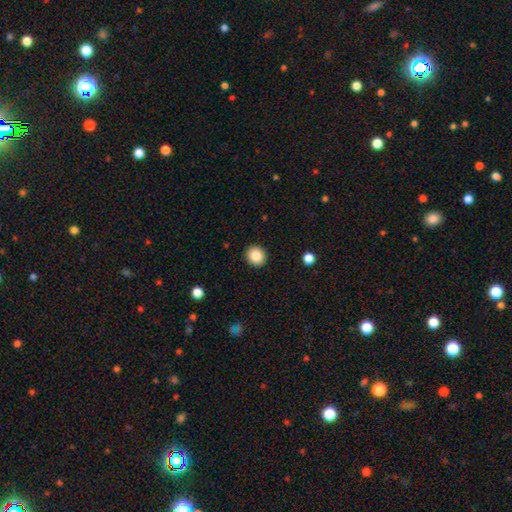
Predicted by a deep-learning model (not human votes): Q: Smooth or featured?
A: smooth (84%); runner-up: star or artifact (9%)
Q: How rounded?
A: round (87%); runner-up: in between (12%)
Q: Merging?
A: none (92%); runner-up: minor disturbance (5%)